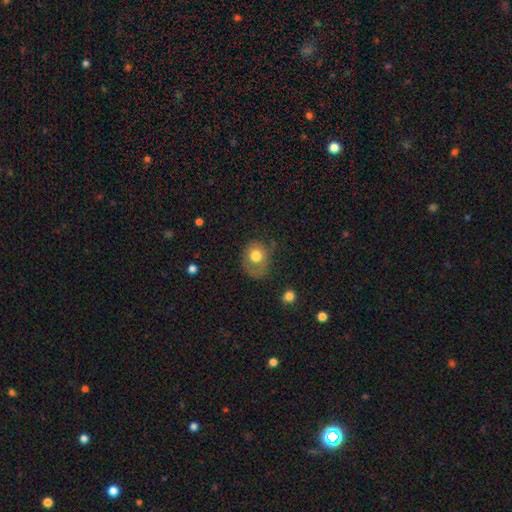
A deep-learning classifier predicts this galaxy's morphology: Smooth or featured?
  - smooth: 69% *
  - featured or disk: 22%
  - star or artifact: 9%
How rounded?
  - round: 63% *
  - in between: 36%
  - cigar-shaped: 1%
Merging?
  - none: 45% *
  - minor disturbance: 29%
  - major disturbance: 23%
  - merger: 2%